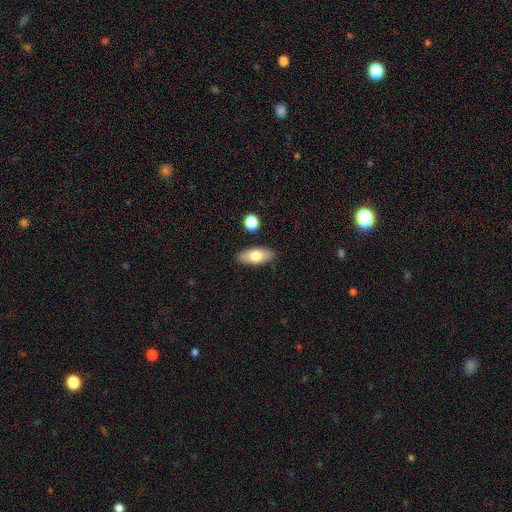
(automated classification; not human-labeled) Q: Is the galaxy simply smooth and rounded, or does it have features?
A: smooth — 74%.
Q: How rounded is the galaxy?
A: in between — 83%.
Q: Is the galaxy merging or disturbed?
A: none — 86%.